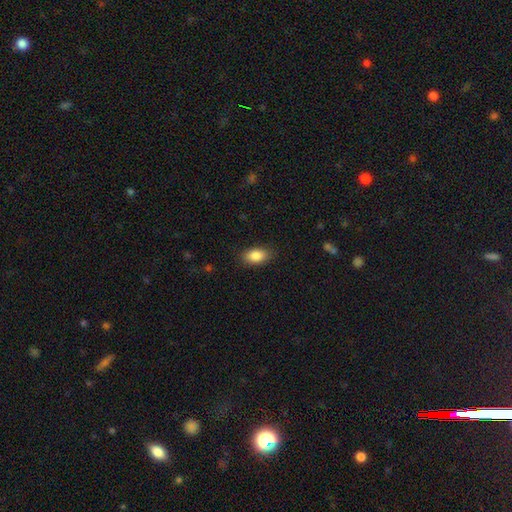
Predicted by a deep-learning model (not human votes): A smooth galaxy with no disk features (86%) that is in between round and cigar-shaped (91%). Merging: none (87%).